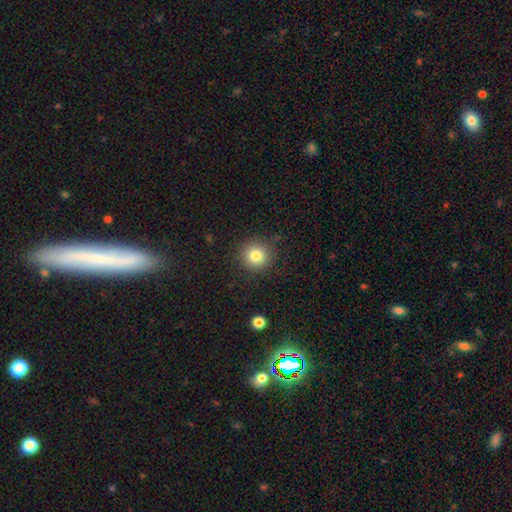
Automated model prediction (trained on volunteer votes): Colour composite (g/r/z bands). It shows a smooth galaxy with no disk features (82%) that is round (94%). Merging: none (88%).